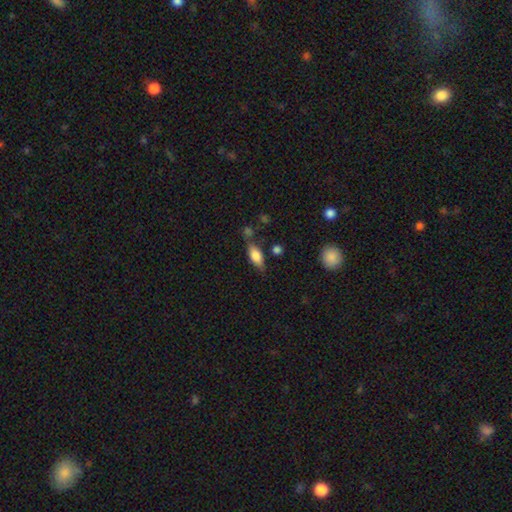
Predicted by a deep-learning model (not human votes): This appears to be a smooth galaxy with no disk features (75%) that is in between round and cigar-shaped (80%). Merging: none (63%).